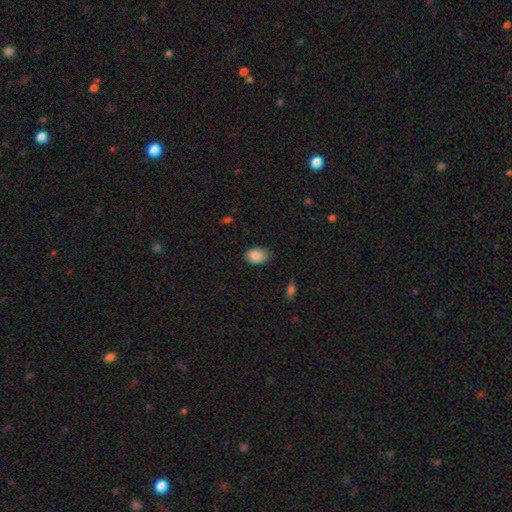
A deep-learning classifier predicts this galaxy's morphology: smooth 88%, star or artifact 7%, featured or disk 5%. Down the decision tree: how rounded — in between (84%); merging — none (76%).